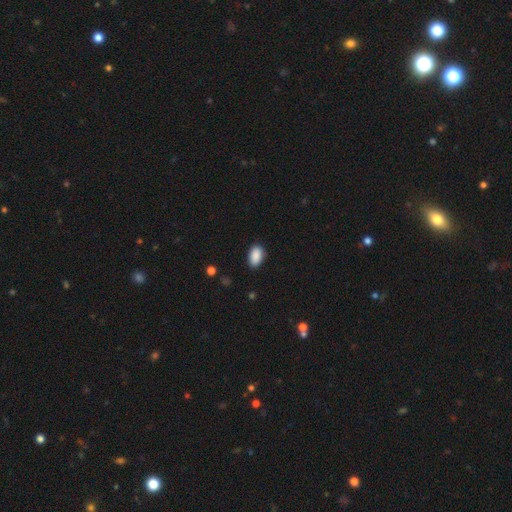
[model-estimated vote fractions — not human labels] Overall: smooth (90%). How rounded: in between (92%). Merging: none (85%).